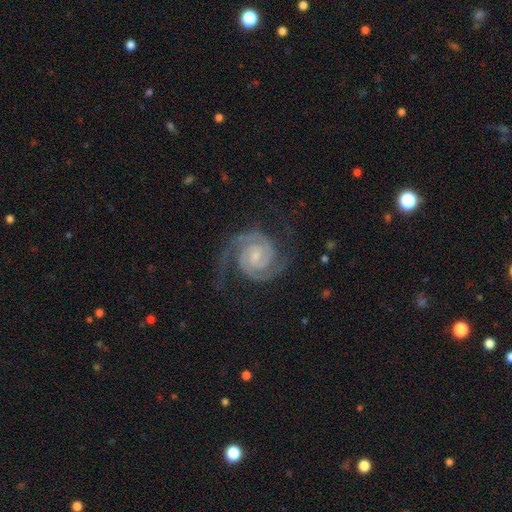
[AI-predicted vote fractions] Overall: featured or disk (93%). Edge-on disk: no (98%). Bar: no (50%; weak 38%). Spiral arms: yes (99%). Spiral arm count: 2 (90%). Spiral winding: tight (61%; medium 34%). Bulge size: small (60%; moderate 27%). Merging: none (77%).